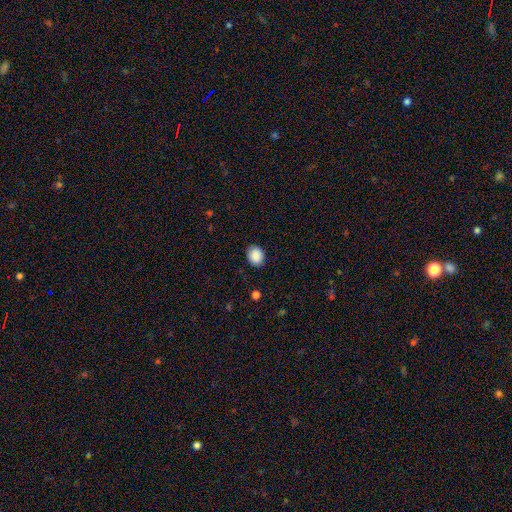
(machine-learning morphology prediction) Smooth or featured: smooth — 89% (star or artifact — 8%)
How rounded: round — 59% (in between — 40%)
Merging: none — 88% (minor disturbance — 9%)